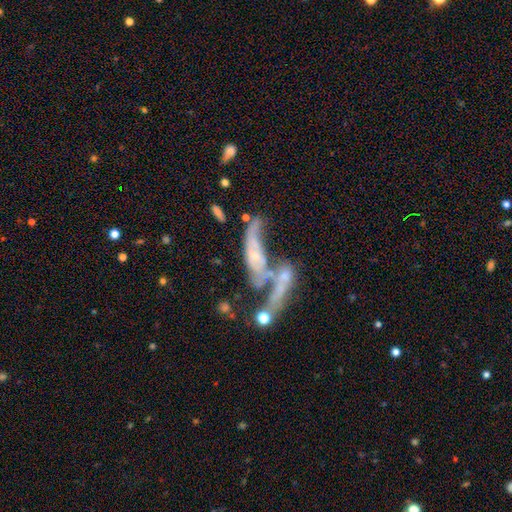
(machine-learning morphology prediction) smooth_or_featured: featured or disk (p=0.66) [alt: smooth p=0.23]
disk_edge_on: no (p=0.80) [alt: yes p=0.20]
bar: no (p=0.71) [alt: weak p=0.21]
has_spiral_arms: yes (p=0.61) [alt: no p=0.39]
bulge_size: small (p=0.56) [alt: moderate p=0.20]
merging: merger (p=0.52) [alt: major disturbance p=0.19]